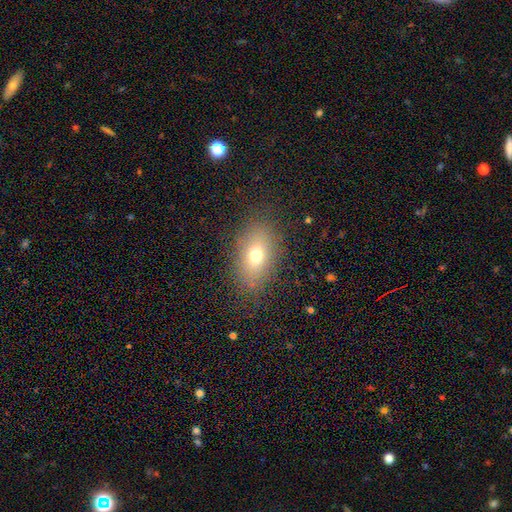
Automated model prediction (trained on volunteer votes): A smooth galaxy with no disk features (68%) that is in between round and cigar-shaped (80%).

Vote fractions:
- Smooth or featured? smooth: 68% / featured or disk: 17% / star or artifact: 14%
- How rounded? in between: 80% / round: 17% / cigar-shaped: 3%
- Merging? none: 80% / minor disturbance: 13% / major disturbance: 6% / merger: 1%